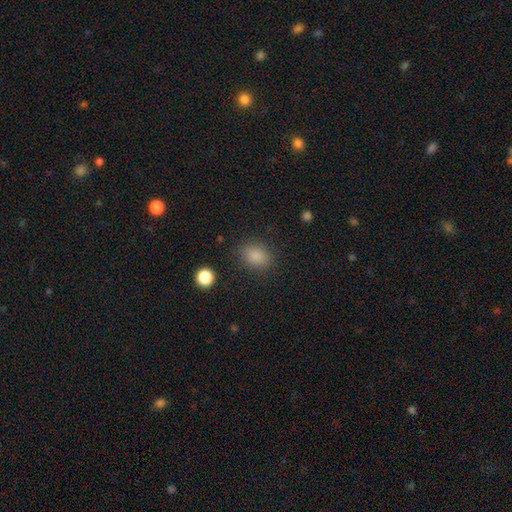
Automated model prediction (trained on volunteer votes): A smooth galaxy with no disk features (83%) that is in between round and cigar-shaped (60%).

Vote fractions:
- Smooth or featured? smooth: 83% / star or artifact: 13% / featured or disk: 4%
- How rounded? in between: 60% / round: 39% / cigar-shaped: 1%
- Merging? none: 86% / minor disturbance: 9% / major disturbance: 3% / merger: 1%